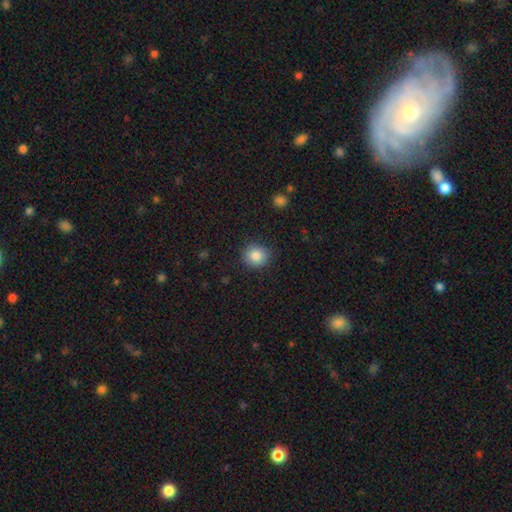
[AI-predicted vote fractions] smooth_or_featured: smooth (p=0.84) [alt: star or artifact p=0.10]
how_rounded: round (p=0.86) [alt: in between p=0.13]
merging: none (p=0.88) [alt: minor disturbance p=0.09]